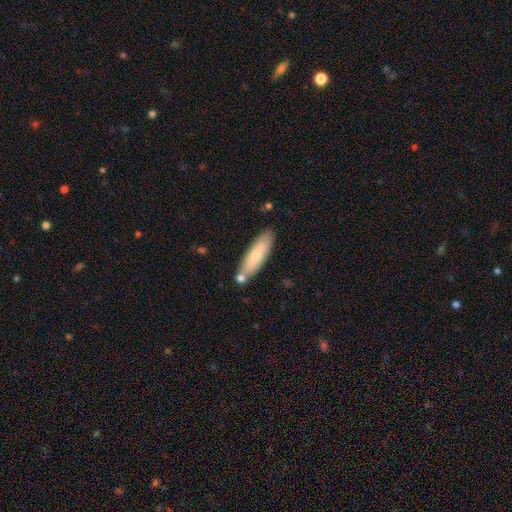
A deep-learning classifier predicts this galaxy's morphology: smooth 68%, featured or disk 26%, star or artifact 6%. Down the decision tree: how rounded — cigar-shaped (66%); merging — none (76%).